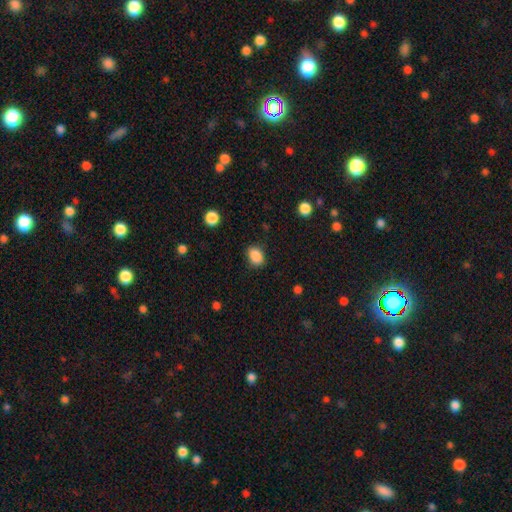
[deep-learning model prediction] Smooth or featured? smooth (88%)
How rounded? in between (63%)
Merging? none (84%)